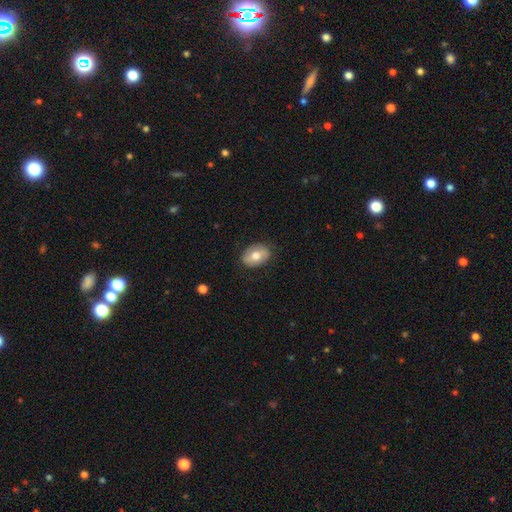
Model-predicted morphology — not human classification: Q: Smooth or featured?
A: smooth (67%); runner-up: featured or disk (26%)
Q: How rounded?
A: in between (82%); runner-up: round (17%)
Q: Merging?
A: none (82%); runner-up: minor disturbance (14%)